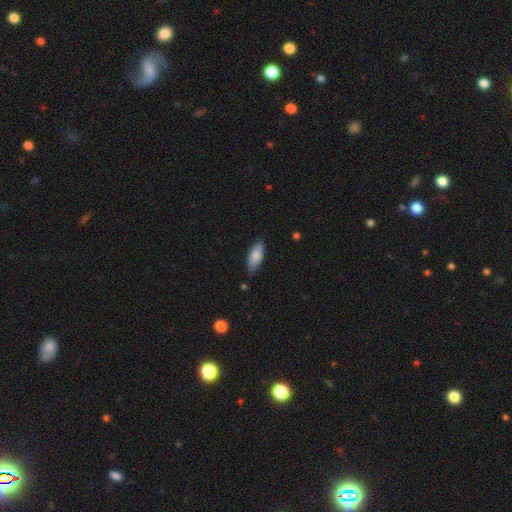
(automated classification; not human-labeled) A smooth galaxy with no disk features (82%) that is in between round and cigar-shaped (78%).

Vote fractions:
- Smooth or featured? smooth: 82% / featured or disk: 12% / star or artifact: 6%
- How rounded? in between: 78% / cigar-shaped: 20% / round: 2%
- Merging? none: 79% / minor disturbance: 16% / major disturbance: 2% / merger: 2%